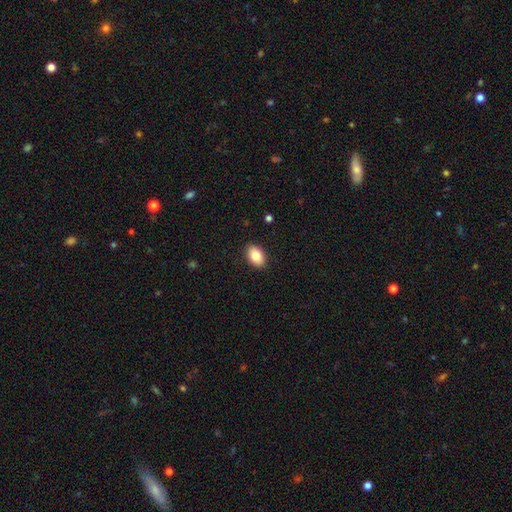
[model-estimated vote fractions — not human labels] Q: Smooth or featured?
A: smooth (83%); runner-up: featured or disk (9%)
Q: How rounded?
A: in between (87%); runner-up: round (11%)
Q: Merging?
A: none (90%); runner-up: minor disturbance (8%)